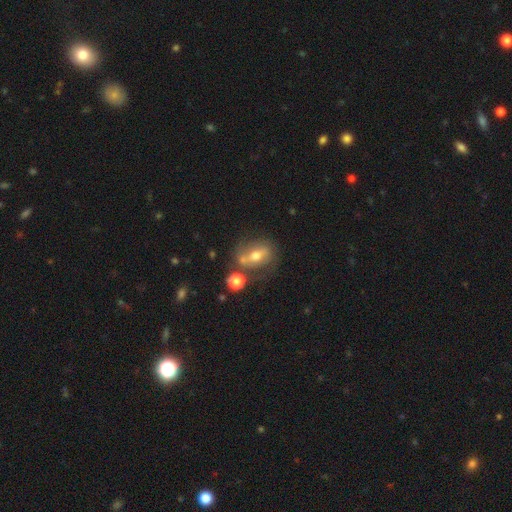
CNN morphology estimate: Q: Smooth or featured?
A: featured or disk (44%); runner-up: smooth (43%)
Q: Merging?
A: none (52%); runner-up: merger (22%)